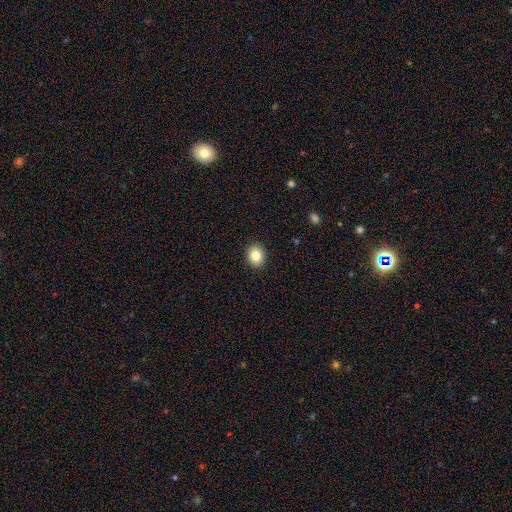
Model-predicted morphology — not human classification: smooth_or_featured: smooth (p=0.84) [alt: star or artifact p=0.09]
how_rounded: round (p=0.54) [alt: in between p=0.45]
merging: none (p=0.91) [alt: minor disturbance p=0.06]